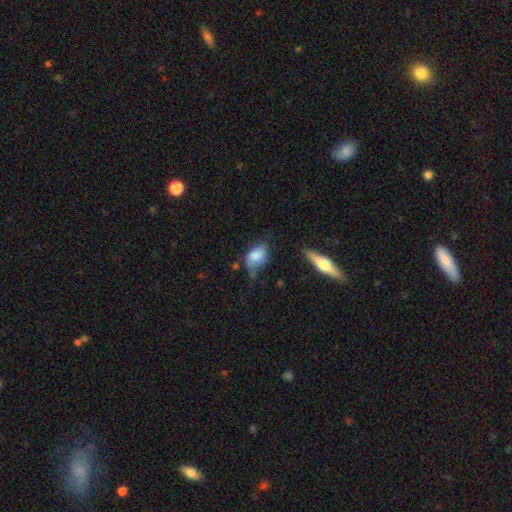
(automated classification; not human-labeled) Smooth or featured?
  - smooth: 74% *
  - featured or disk: 18%
  - star or artifact: 8%
How rounded?
  - in between: 88% *
  - round: 9%
  - cigar-shaped: 3%
Merging?
  - minor disturbance: 37% *
  - none: 34%
  - major disturbance: 21%
  - merger: 8%